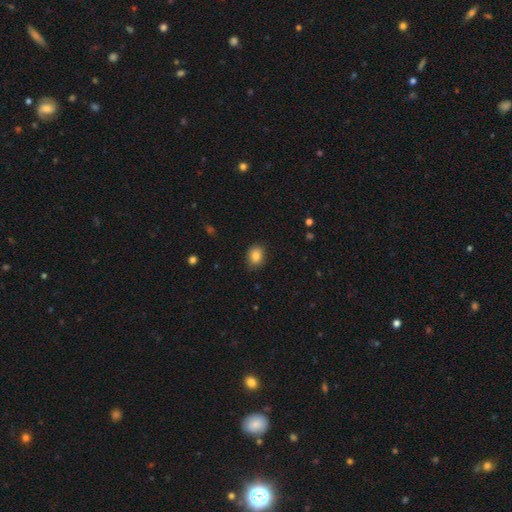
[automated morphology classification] Smooth or featured? smooth (85%)
How rounded? in between (54%)
Merging? none (83%)